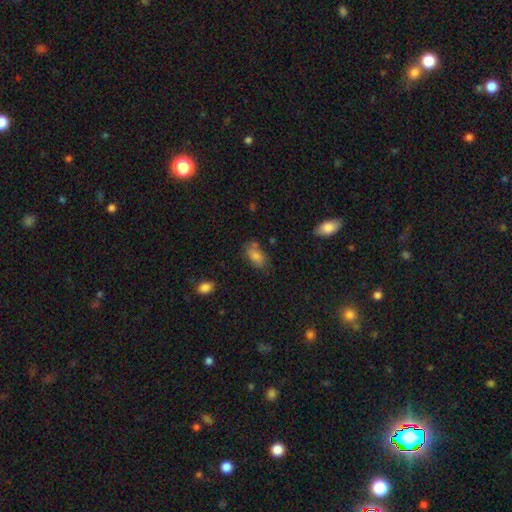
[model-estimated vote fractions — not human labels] This is likely a smooth galaxy (79%). How rounded: clearly in between (90%). Merging: likely none (65%).